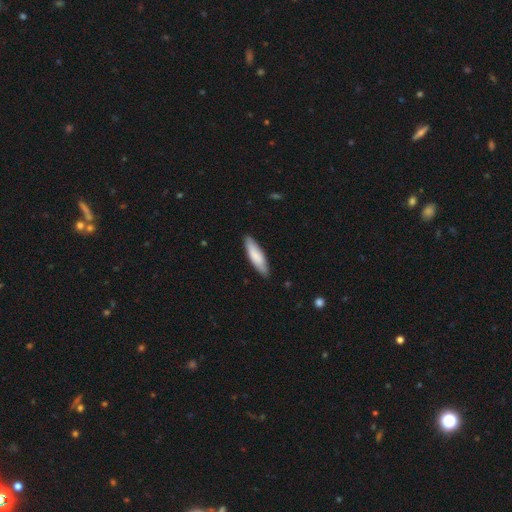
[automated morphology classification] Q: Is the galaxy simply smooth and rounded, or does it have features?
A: smooth — 79%.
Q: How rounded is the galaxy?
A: cigar-shaped — 63%.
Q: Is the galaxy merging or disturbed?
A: none — 85%.